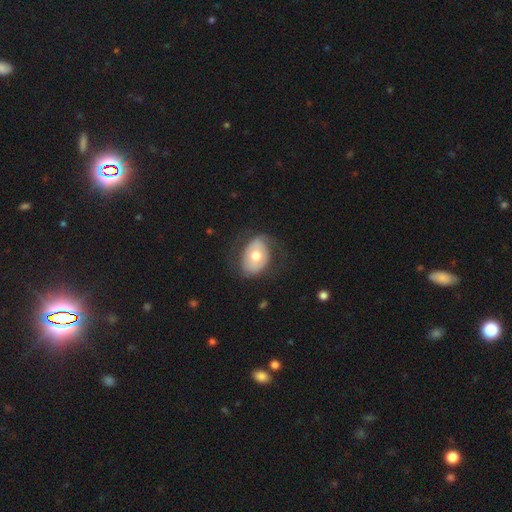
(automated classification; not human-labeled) smooth-or-featured: smooth: 50% | featured or disk: 43% | star or artifact: 6%
  how-rounded: in between: 75% | round: 24% | cigar-shaped: 1%
  merging: none: 65% | minor disturbance: 21% | major disturbance: 13% | merger: 1%